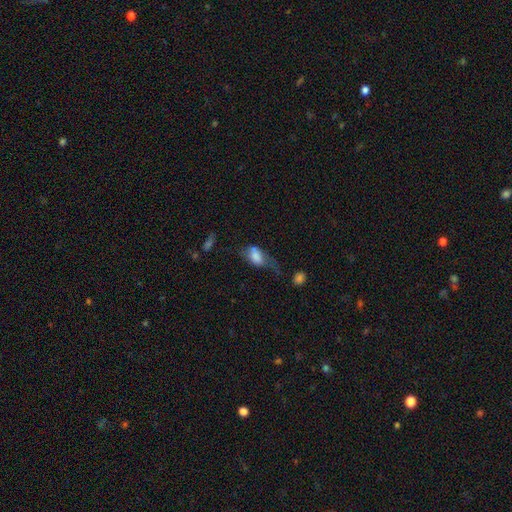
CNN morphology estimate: Smooth or featured? Predicted: smooth (p=0.67). How rounded? Predicted: in between (p=0.89). Merging? Predicted: major disturbance (p=0.45).